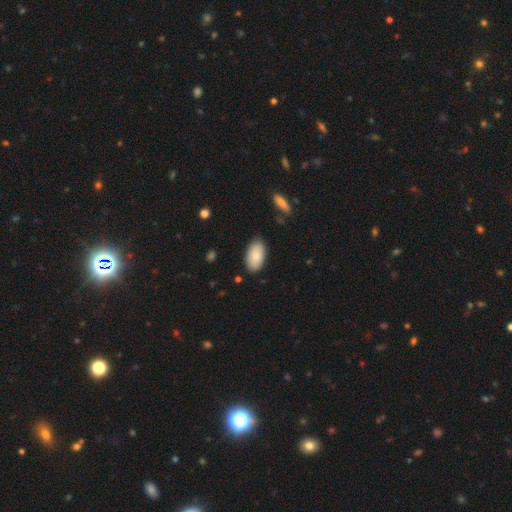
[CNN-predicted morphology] Smooth or featured? Predicted: smooth (p=0.84). How rounded? Predicted: in between (p=0.95). Merging? Predicted: none (p=0.84).